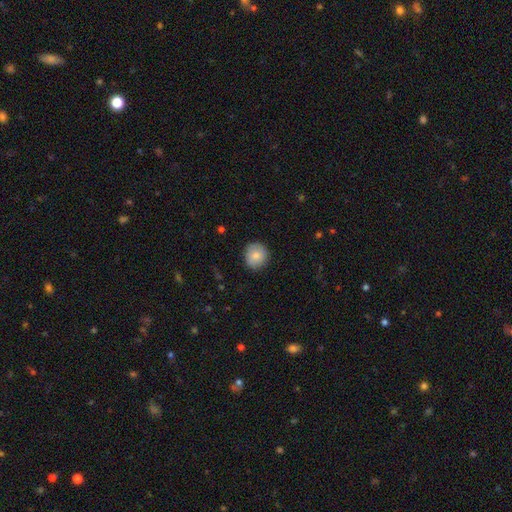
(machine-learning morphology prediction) This is clearly a smooth galaxy (81%). How rounded: clearly round (90%). Merging: clearly none (85%).